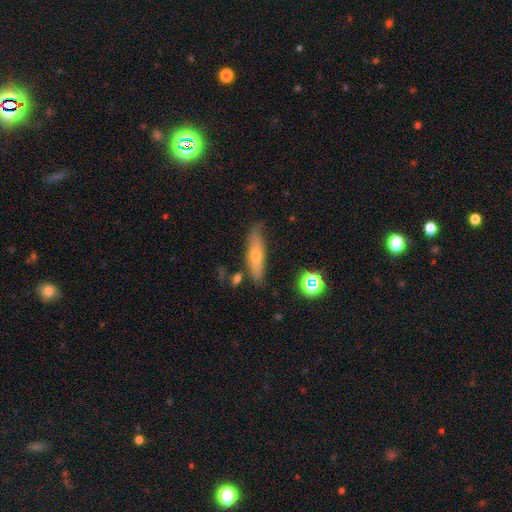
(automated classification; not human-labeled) smooth_or_featured: smooth (p=0.49) [alt: featured or disk p=0.41]
merging: none (p=0.77) [alt: minor disturbance p=0.15]